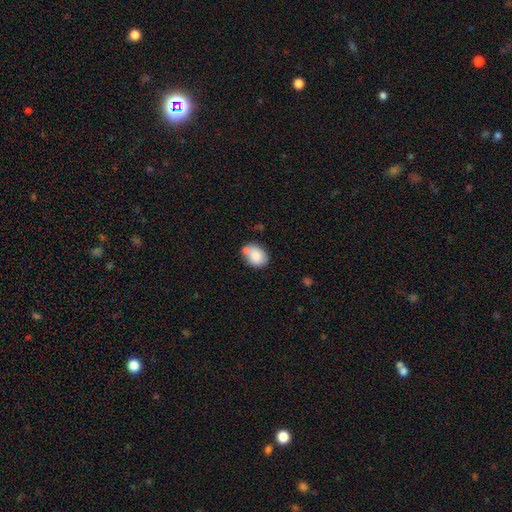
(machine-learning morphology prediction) Smooth or featured?
  - smooth: 85% *
  - featured or disk: 8%
  - star or artifact: 8%
How rounded?
  - in between: 66% *
  - round: 33%
  - cigar-shaped: 1%
Merging?
  - none: 59% *
  - minor disturbance: 21%
  - merger: 16%
  - major disturbance: 5%